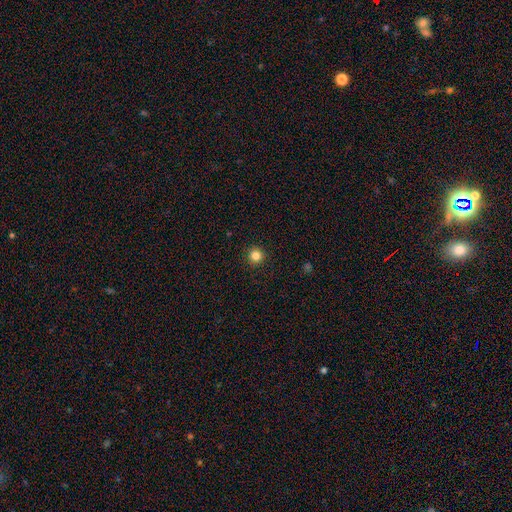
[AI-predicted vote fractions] smooth-or-featured: smooth: 84% | star or artifact: 12% | featured or disk: 4%
  how-rounded: round: 95% | in between: 4% | cigar-shaped: 1%
  merging: none: 93% | minor disturbance: 5% | major disturbance: 2% | merger: 1%